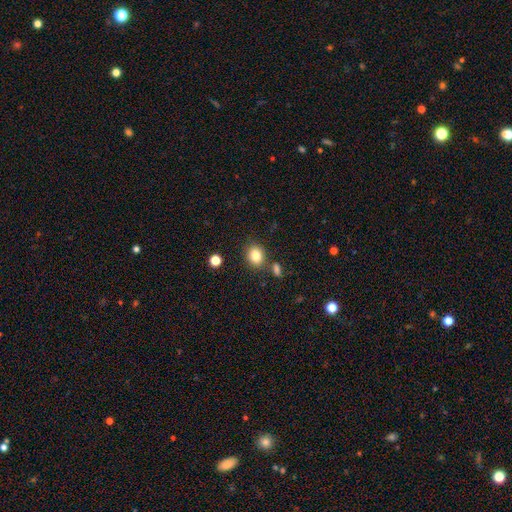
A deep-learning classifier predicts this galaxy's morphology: Smooth or featured? Predicted: smooth (p=0.83). How rounded? Predicted: round (p=0.57). Merging? Predicted: none (p=0.79).